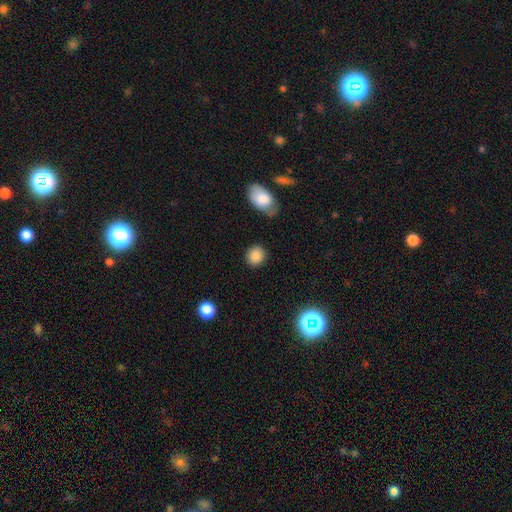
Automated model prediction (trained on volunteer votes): Smooth or featured? Predicted: smooth (p=0.87). How rounded? Predicted: round (p=0.80). Merging? Predicted: none (p=0.86).